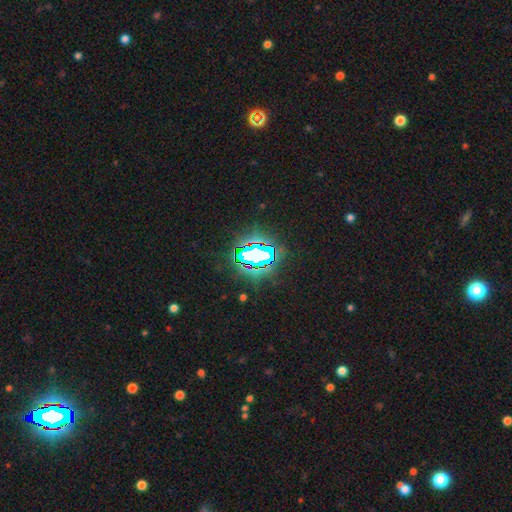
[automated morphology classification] type=star or artifact (70%).